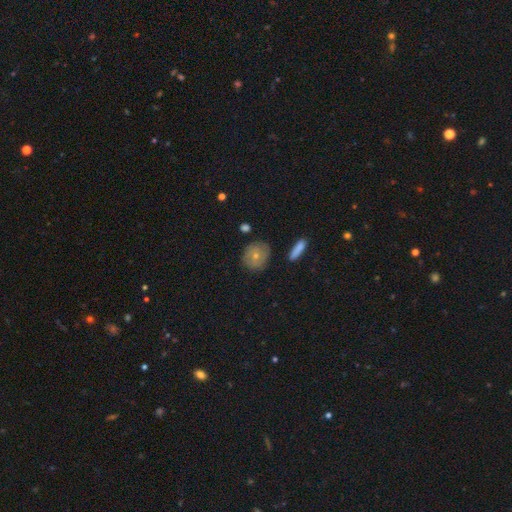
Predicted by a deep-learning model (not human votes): Smooth or featured? smooth (60%)
How rounded? round (79%)
Merging? none (80%)